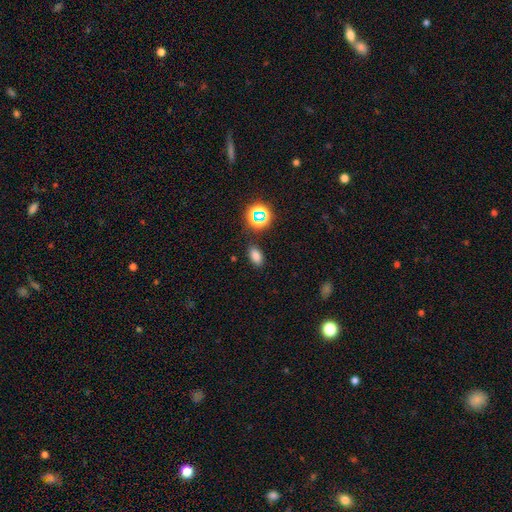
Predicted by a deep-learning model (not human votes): Q: Smooth or featured?
A: smooth (75%); runner-up: star or artifact (19%)
Q: How rounded?
A: in between (87%); runner-up: round (10%)
Q: Merging?
A: none (85%); runner-up: minor disturbance (10%)